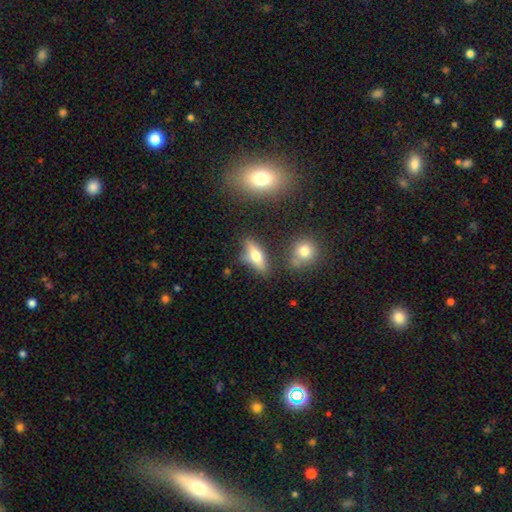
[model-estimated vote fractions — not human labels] Morphology: type=smooth (52%); roundness=in between (57%); merging=none (72%).